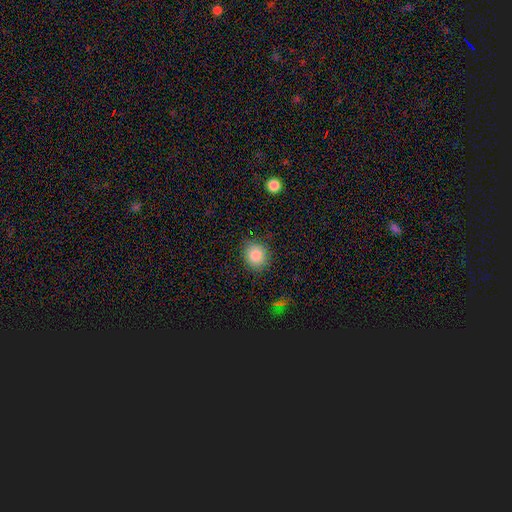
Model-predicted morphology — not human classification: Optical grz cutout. It shows a smooth galaxy with no disk features (86%) that is round (71%). Merging: none (85%).